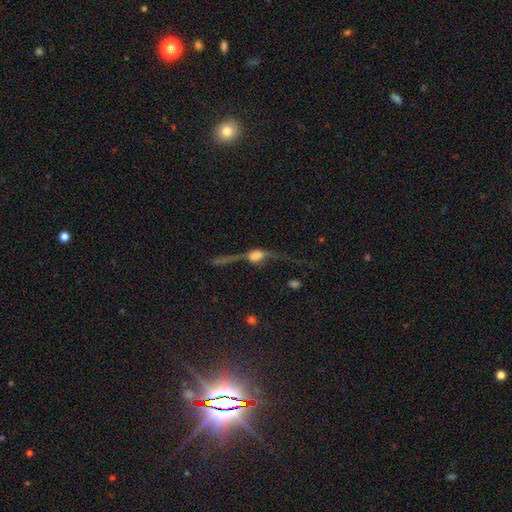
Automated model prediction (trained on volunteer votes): Smooth or featured? featured or disk (64%)
Edge-on disk? yes (75%)
Merging? none (46%)